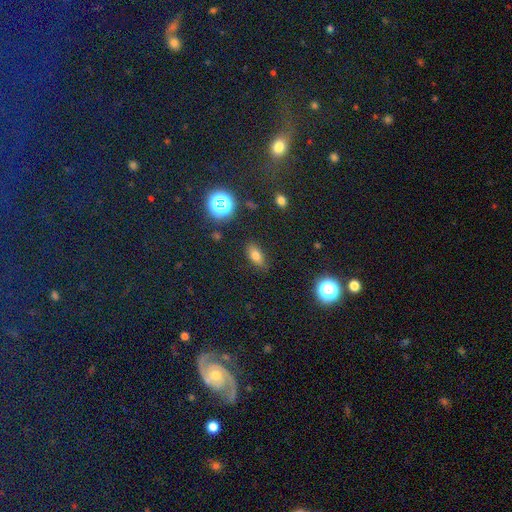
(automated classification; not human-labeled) Smooth or featured?
  - smooth: 71% *
  - star or artifact: 18%
  - featured or disk: 11%
How rounded?
  - in between: 81% *
  - round: 10%
  - cigar-shaped: 9%
Merging?
  - none: 85% *
  - minor disturbance: 10%
  - major disturbance: 3%
  - merger: 2%